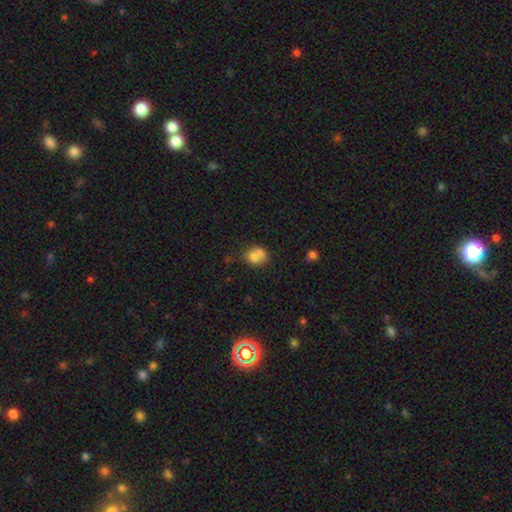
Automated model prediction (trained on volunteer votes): This is likely a smooth galaxy (73%). How rounded: likely round (66%). Merging: possibly merger (45%).